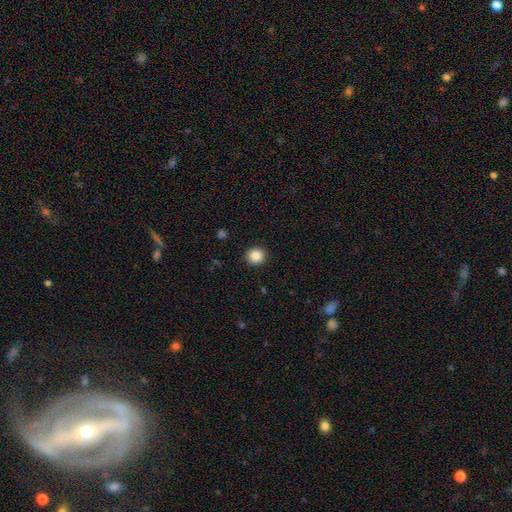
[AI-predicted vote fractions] Smooth or featured: smooth — 87% (star or artifact — 9%)
How rounded: round — 88% (in between — 11%)
Merging: none — 91% (minor disturbance — 6%)